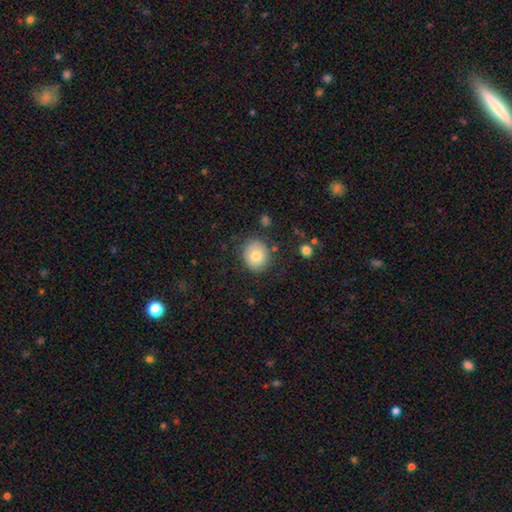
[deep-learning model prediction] This is likely a smooth galaxy (79%). How rounded: likely round (75%). Merging: clearly none (80%).